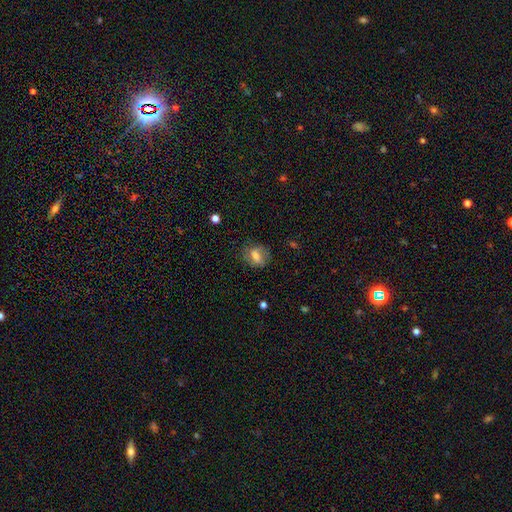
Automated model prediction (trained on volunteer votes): Overall: smooth (61%; featured or disk 29%). How rounded: in between (58%; round 39%). Merging: none (68%).